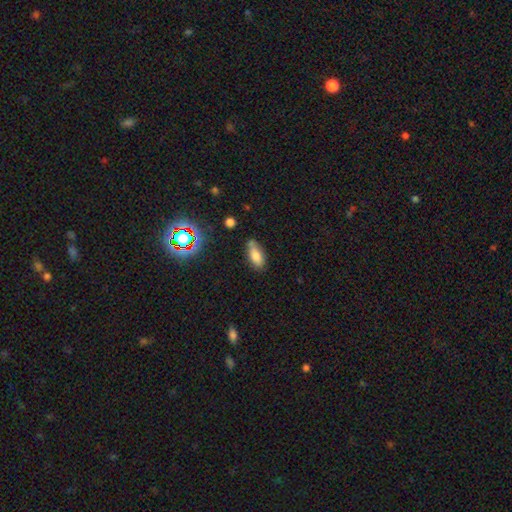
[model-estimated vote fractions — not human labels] A smooth galaxy with no disk features (77%) that is in between round and cigar-shaped (85%). Merging: none (61%).